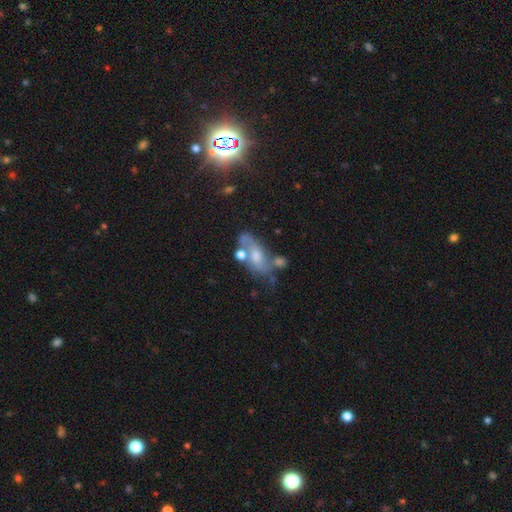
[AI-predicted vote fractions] Smooth or featured: featured or disk — 59% (smooth — 27%)
Edge-on disk: no — 86% (yes — 14%)
Bar: no — 52% (weak — 35%)
Spiral arms: yes — 67% (no — 33%)
Bulge size: moderate — 52% (small — 32%)
Merging: none — 43% (merger — 21%)